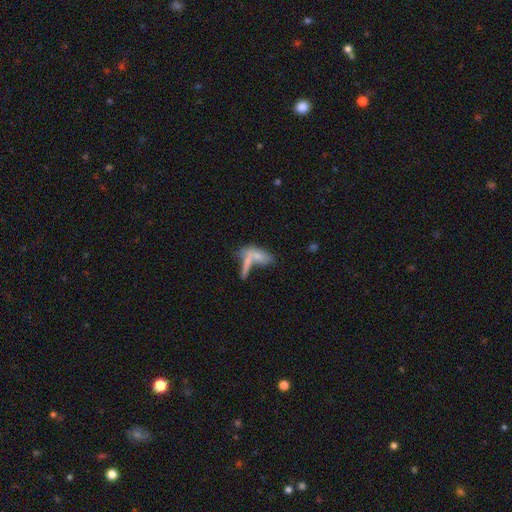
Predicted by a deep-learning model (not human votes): This appears to be a smooth galaxy with no disk features (62%) that is in between round and cigar-shaped (57%). Merging: merger (51%).